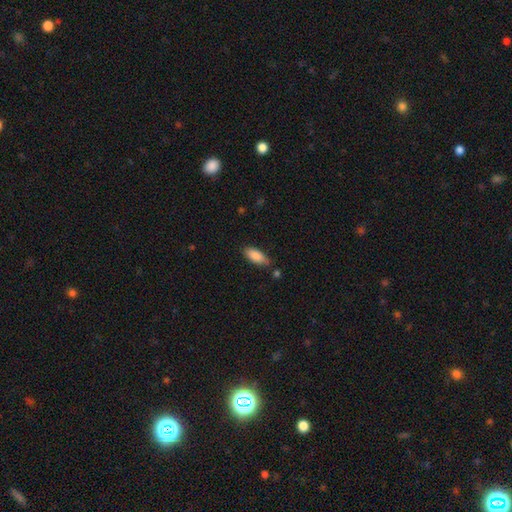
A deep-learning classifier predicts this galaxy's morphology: A smooth galaxy with no disk features (87%) that is in between round and cigar-shaped (82%).

Vote fractions:
- Smooth or featured? smooth: 87% / featured or disk: 7% / star or artifact: 6%
- How rounded? in between: 82% / cigar-shaped: 16% / round: 2%
- Merging? none: 75% / minor disturbance: 18% / merger: 4% / major disturbance: 4%